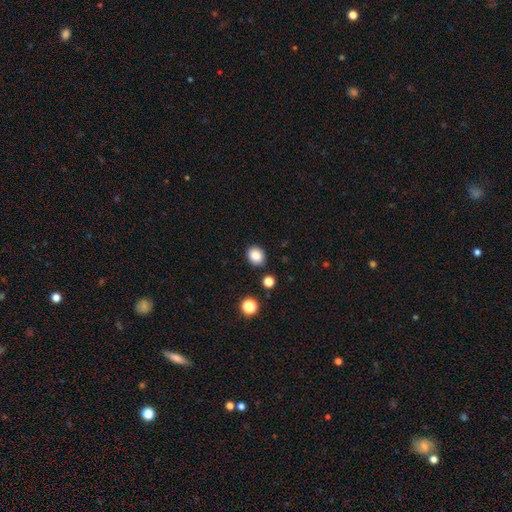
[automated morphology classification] Smooth or featured? Predicted: smooth (p=0.84). How rounded? Predicted: round (p=0.69). Merging? Predicted: none (p=0.88).